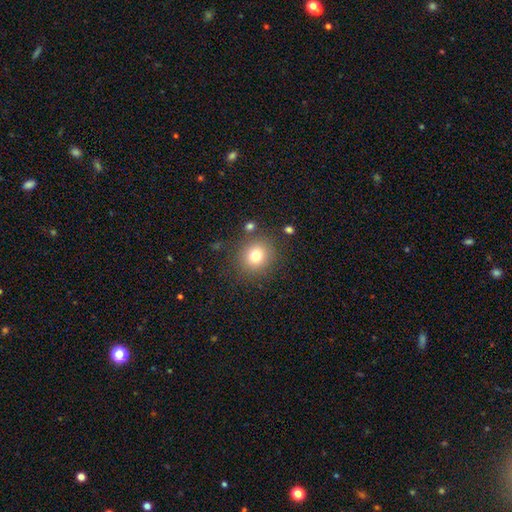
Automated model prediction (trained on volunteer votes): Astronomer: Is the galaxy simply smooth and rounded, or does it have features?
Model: smooth — 78%.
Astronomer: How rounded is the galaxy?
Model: round — 85%.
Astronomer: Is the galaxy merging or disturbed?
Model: none — 83%.